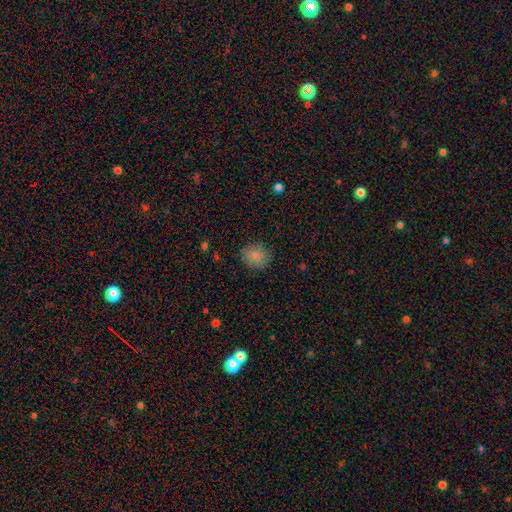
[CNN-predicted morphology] smooth 85%, star or artifact 10%, featured or disk 5%. Down the decision tree: how rounded — round (72%); merging — none (86%).